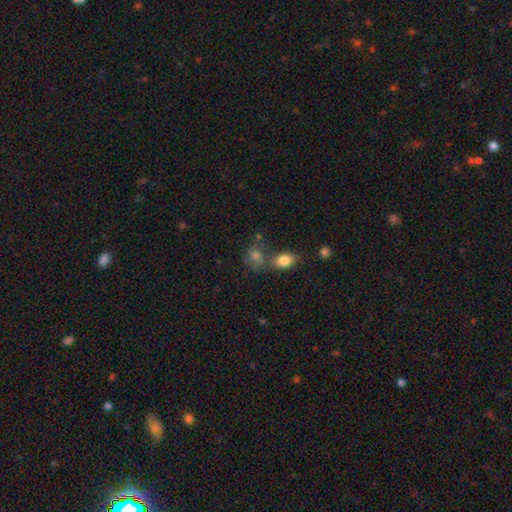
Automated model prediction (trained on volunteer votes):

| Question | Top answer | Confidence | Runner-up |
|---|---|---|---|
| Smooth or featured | smooth | 74% | star or artifact (15%) |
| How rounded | round | 54% | in between (45%) |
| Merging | none | 46% | merger (35%) |